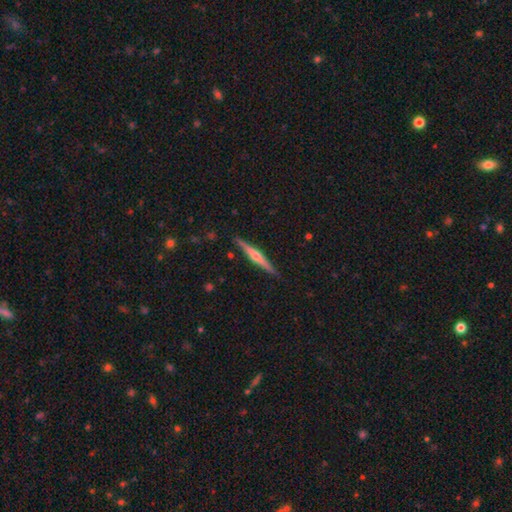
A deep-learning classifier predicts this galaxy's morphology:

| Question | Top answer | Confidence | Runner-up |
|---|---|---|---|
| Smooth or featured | featured or disk | 71% | smooth (23%) |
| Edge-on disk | yes | 98% | no (2%) |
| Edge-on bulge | rounded | 83% | none (10%) |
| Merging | none | 90% | minor disturbance (7%) |